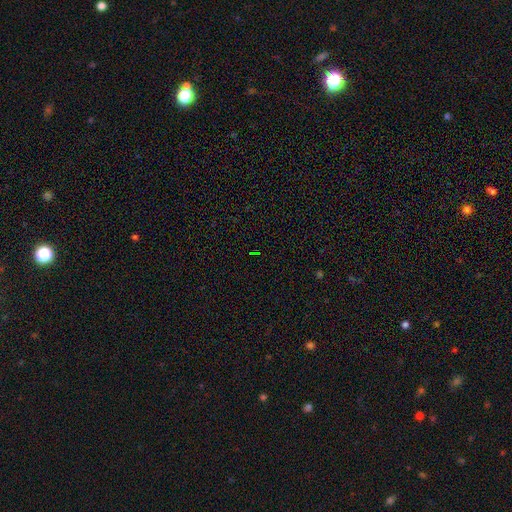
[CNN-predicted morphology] smooth_or_featured: star or artifact (p=0.74) [alt: smooth p=0.17]